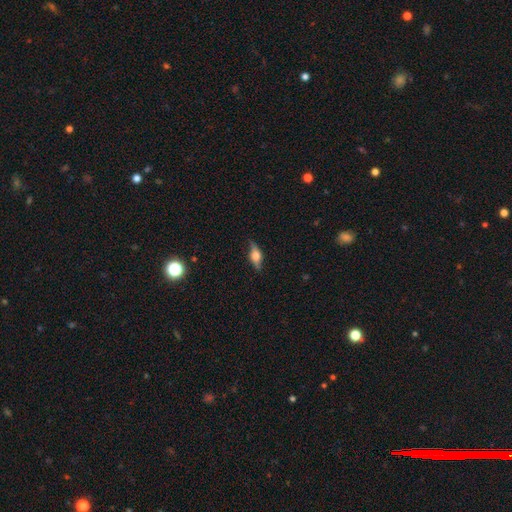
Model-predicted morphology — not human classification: This is possibly a featured or disk galaxy (57%). It is clearly viewed edge-on (81%). Merging: likely none (76%).